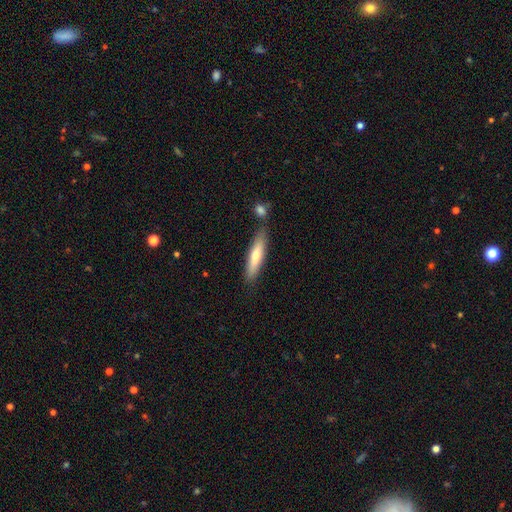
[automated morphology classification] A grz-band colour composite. It shows a smooth galaxy with no disk features (61%) that is cigar-shaped (79%). Merging: none (77%).